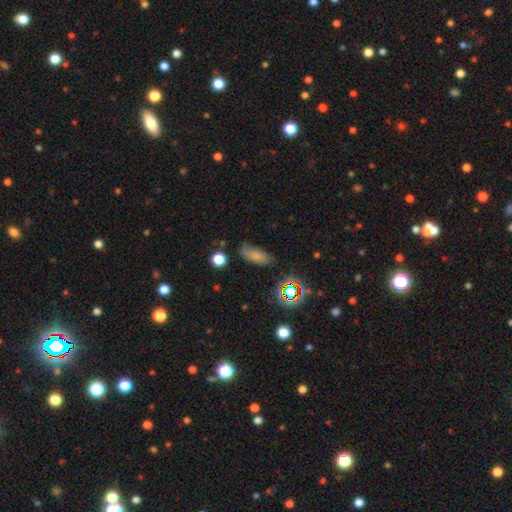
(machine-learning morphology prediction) smooth_or_featured: smooth (p=0.69) [alt: star or artifact p=0.16]
how_rounded: in between (p=0.77) [alt: cigar-shaped p=0.17]
merging: none (p=0.61) [alt: minor disturbance p=0.27]